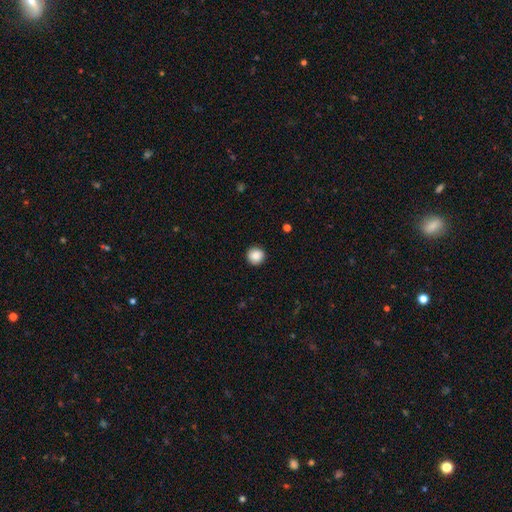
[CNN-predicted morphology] A smooth galaxy with no disk features (88%) that is round (94%). Merging: none (92%).